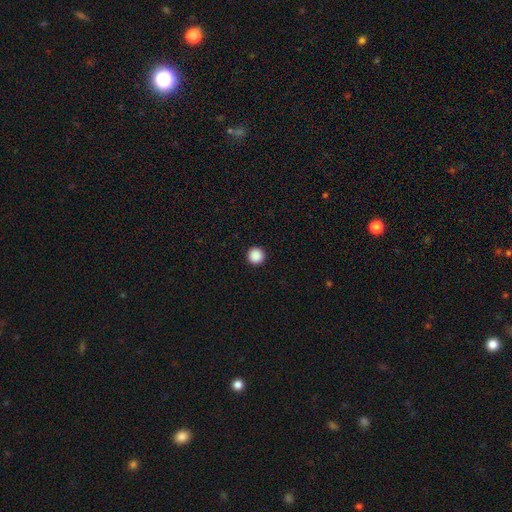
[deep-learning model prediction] Smooth or featured: smooth — 89% (star or artifact — 9%)
How rounded: round — 97% (in between — 2%)
Merging: none — 94% (minor disturbance — 4%)